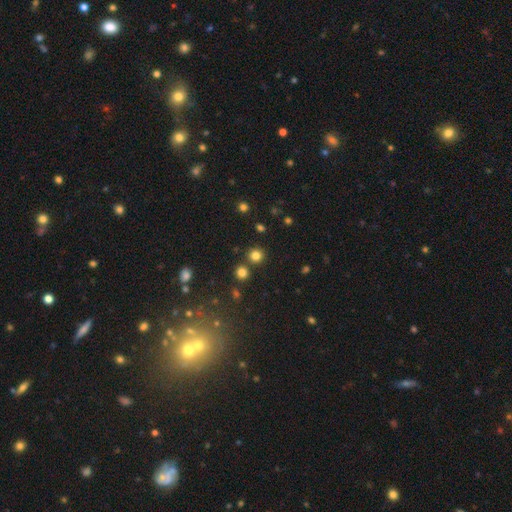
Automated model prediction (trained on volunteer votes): This appears to be a smooth galaxy with no disk features (79%) that is round (93%). Merging: none (85%).